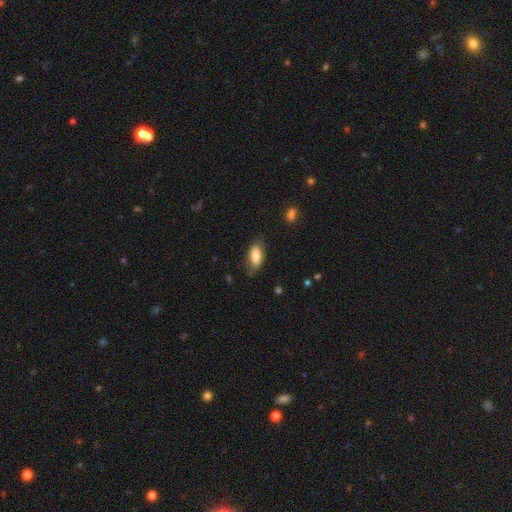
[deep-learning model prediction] smooth-or-featured: smooth: 72% | featured or disk: 21% | star or artifact: 7%
  how-rounded: in between: 84% | cigar-shaped: 14% | round: 3%
  merging: none: 74% | minor disturbance: 20% | major disturbance: 5% | merger: 1%